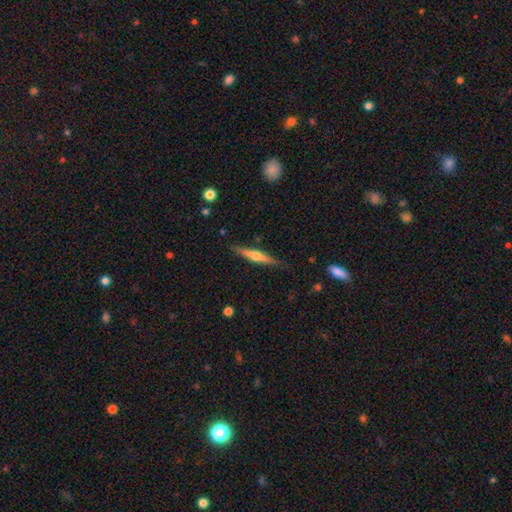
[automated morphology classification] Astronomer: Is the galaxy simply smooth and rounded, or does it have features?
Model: featured or disk — 64%.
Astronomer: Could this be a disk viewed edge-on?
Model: yes — 97%.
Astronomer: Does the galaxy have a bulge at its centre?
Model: rounded — 86%.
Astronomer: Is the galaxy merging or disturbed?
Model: none — 87%.